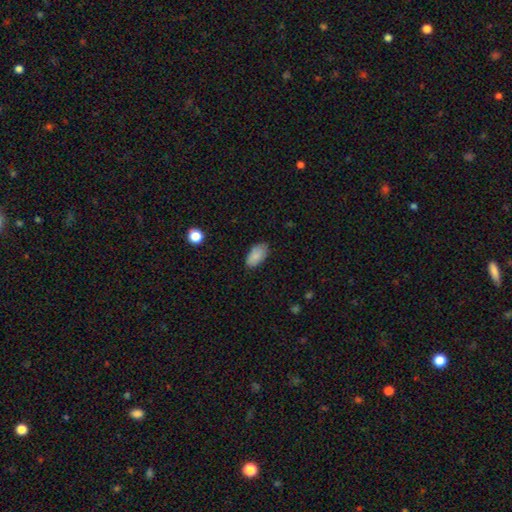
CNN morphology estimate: Smooth or featured?
  - smooth: 87% *
  - star or artifact: 7%
  - featured or disk: 6%
How rounded?
  - in between: 94% *
  - round: 3%
  - cigar-shaped: 3%
Merging?
  - none: 80% *
  - minor disturbance: 16%
  - major disturbance: 3%
  - merger: 1%